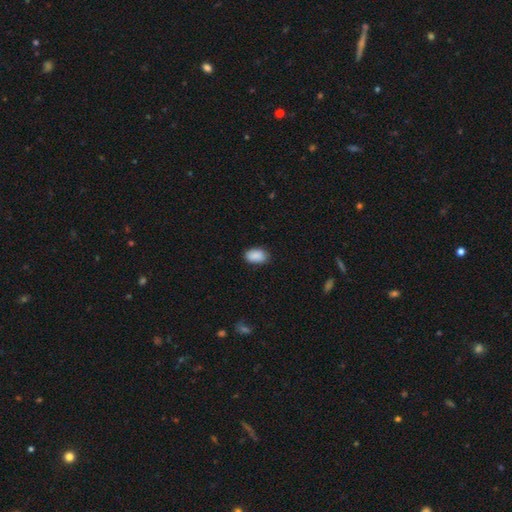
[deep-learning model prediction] smooth_or_featured: smooth (p=0.90) [alt: star or artifact p=0.07]
how_rounded: in between (p=0.90) [alt: round p=0.09]
merging: none (p=0.82) [alt: minor disturbance p=0.15]